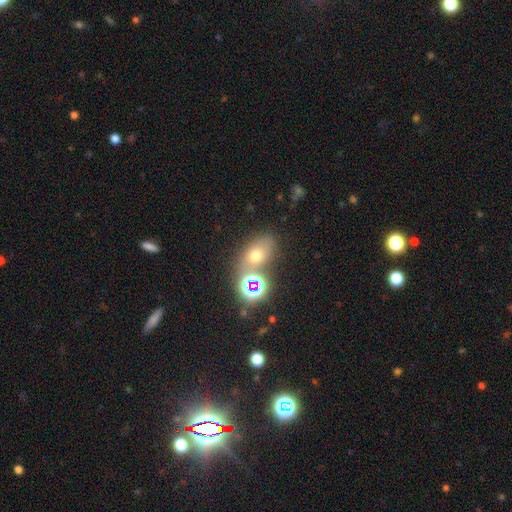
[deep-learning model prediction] A smooth galaxy with no disk features (55%) that is in between round and cigar-shaped (69%). Merging: none (61%).